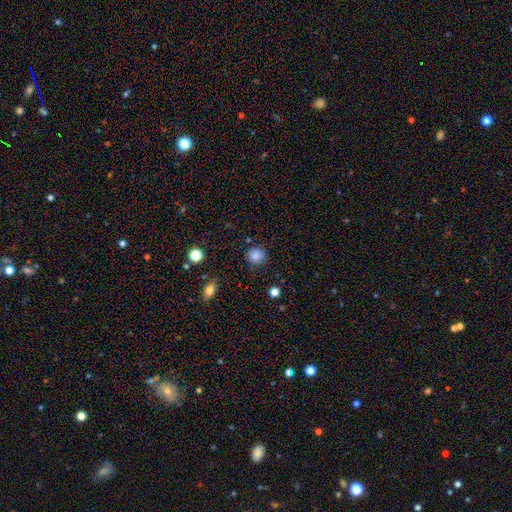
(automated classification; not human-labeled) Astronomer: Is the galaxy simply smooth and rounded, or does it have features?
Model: smooth — 84%.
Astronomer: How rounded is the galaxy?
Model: round — 90%.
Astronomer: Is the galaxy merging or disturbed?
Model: none — 85%.